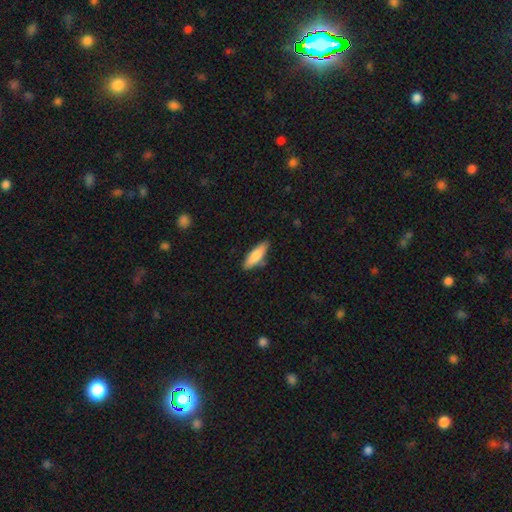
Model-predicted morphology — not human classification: Q: Smooth or featured?
A: smooth (78%); runner-up: featured or disk (16%)
Q: How rounded?
A: cigar-shaped (54%); runner-up: in between (45%)
Q: Merging?
A: none (80%); runner-up: minor disturbance (14%)